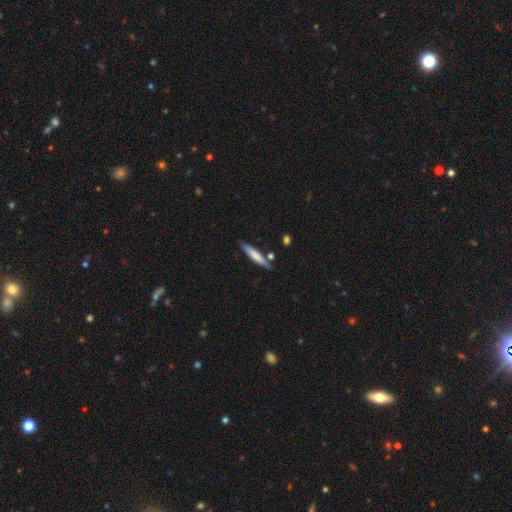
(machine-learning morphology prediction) Smooth or featured? Predicted: smooth (p=0.72). How rounded? Predicted: cigar-shaped (p=0.91). Merging? Predicted: none (p=0.80).